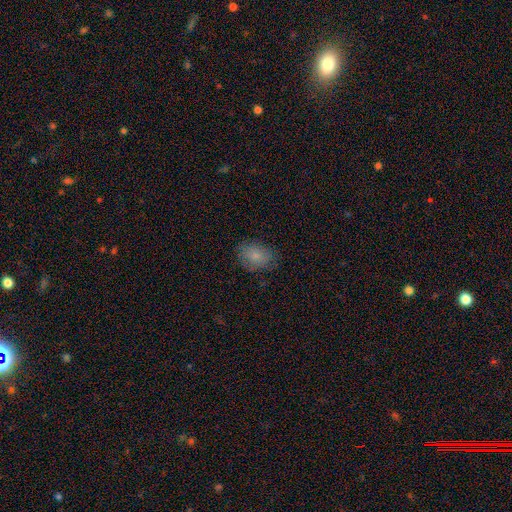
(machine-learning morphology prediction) Q: Smooth or featured?
A: smooth (82%); runner-up: featured or disk (10%)
Q: How rounded?
A: in between (73%); runner-up: round (26%)
Q: Merging?
A: none (76%); runner-up: minor disturbance (18%)